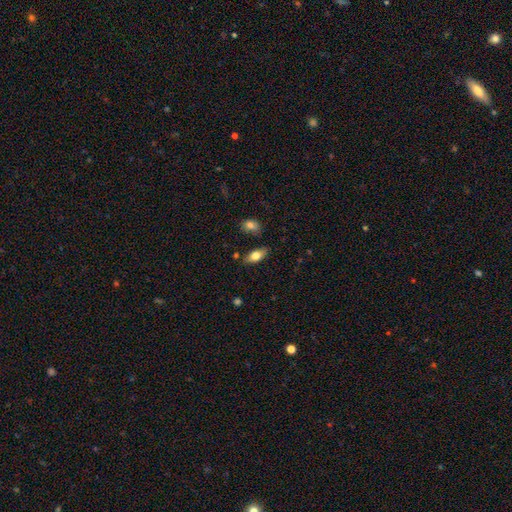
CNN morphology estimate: A smooth galaxy with no disk features (76%) that is in between round and cigar-shaped (86%). Merging: none (79%).